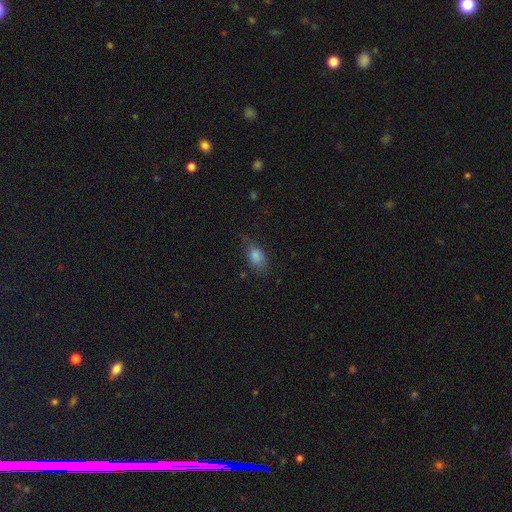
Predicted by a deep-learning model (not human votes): Q: Smooth or featured?
A: smooth (81%); runner-up: star or artifact (10%)
Q: How rounded?
A: in between (83%); runner-up: round (12%)
Q: Merging?
A: none (66%); runner-up: minor disturbance (24%)